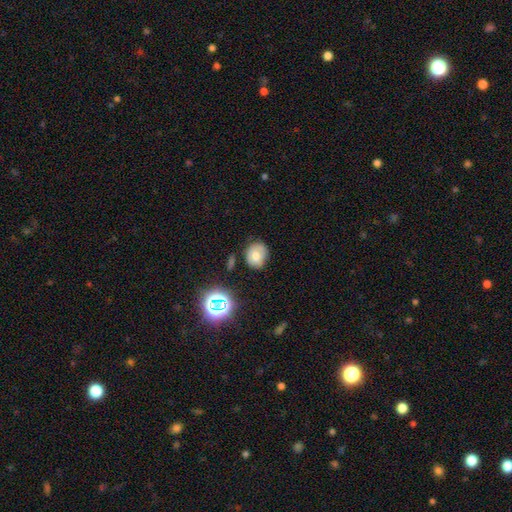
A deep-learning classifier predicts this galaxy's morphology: smooth-or-featured: smooth: 68% | featured or disk: 18% | star or artifact: 14%
  how-rounded: round: 54% | in between: 45% | cigar-shaped: 1%
  merging: none: 72% | minor disturbance: 20% | major disturbance: 5% | merger: 4%